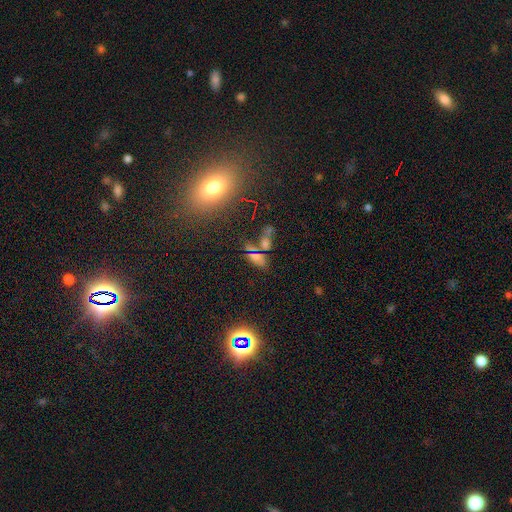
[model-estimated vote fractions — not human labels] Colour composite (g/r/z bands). It shows a smooth galaxy with no disk features (49%). Merging: none (49%).